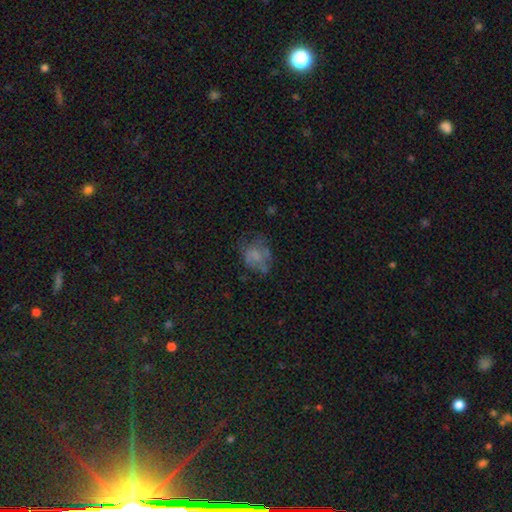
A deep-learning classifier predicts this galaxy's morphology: Smooth or featured: smooth — 52% (featured or disk — 33%)
How rounded: round — 51% (in between — 48%)
Merging: none — 45% (major disturbance — 27%)